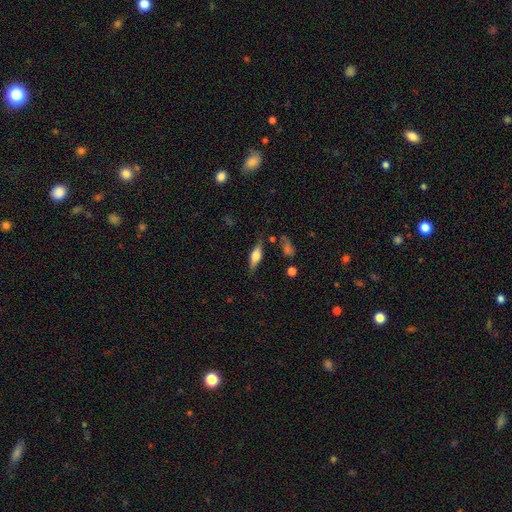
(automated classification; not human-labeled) Overall: featured or disk (54%; smooth 39%). Edge-on disk: yes (93%). Merging: none (76%).